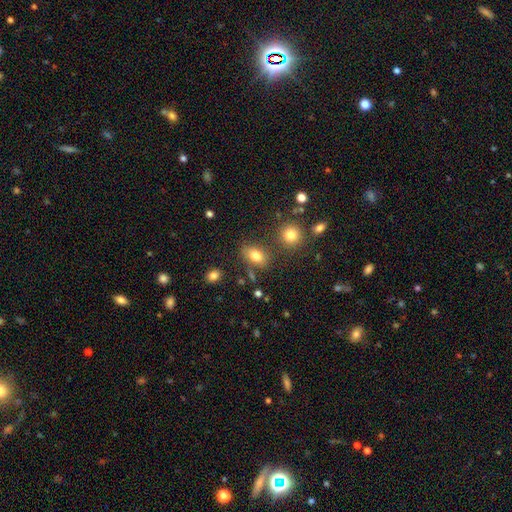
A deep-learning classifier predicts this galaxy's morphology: smooth 79%, star or artifact 11%, featured or disk 10%. Down the decision tree: how rounded — in between (84%); merging — none (72%).